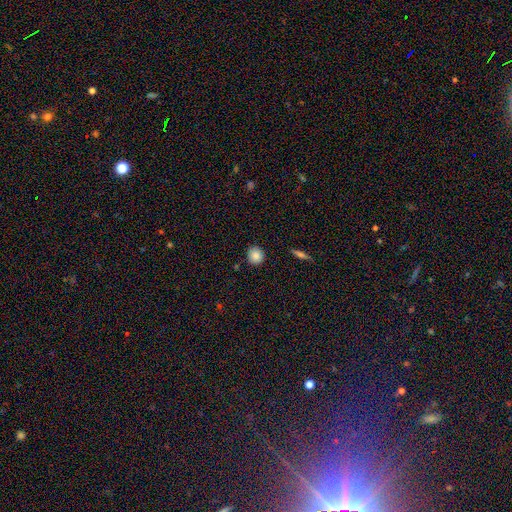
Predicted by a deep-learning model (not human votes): Overall: smooth (85%). How rounded: round (90%). Merging: none (89%).